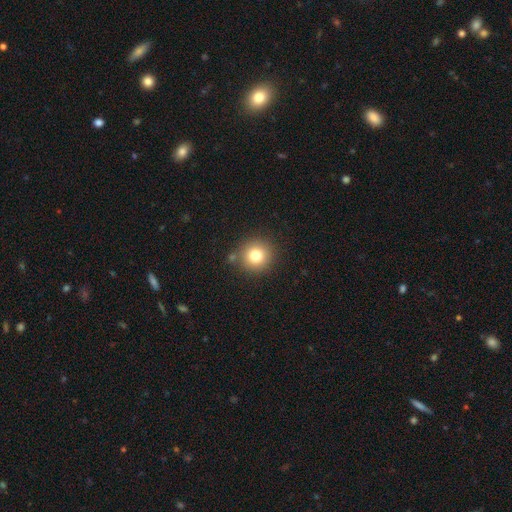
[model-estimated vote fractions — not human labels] Q: Smooth or featured?
A: smooth (78%); runner-up: star or artifact (12%)
Q: How rounded?
A: round (93%); runner-up: in between (6%)
Q: Merging?
A: none (84%); runner-up: minor disturbance (9%)